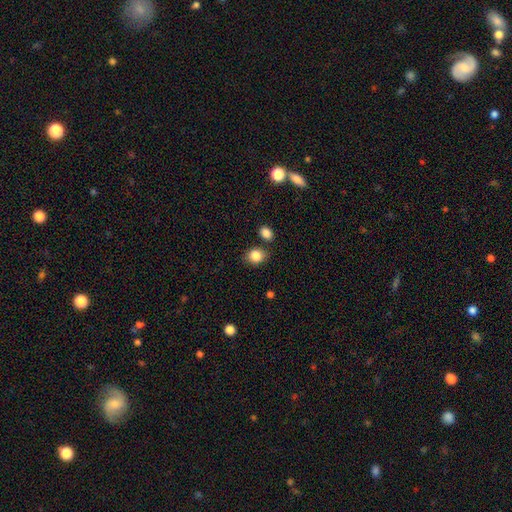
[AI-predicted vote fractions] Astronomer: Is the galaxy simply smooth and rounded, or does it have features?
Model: smooth — 86%.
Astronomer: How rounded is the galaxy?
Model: round — 55% (runner-up: in between, 44%).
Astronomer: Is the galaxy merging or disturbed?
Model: none — 77%.